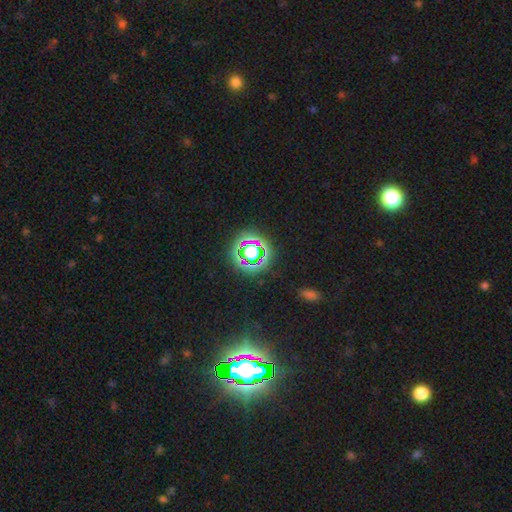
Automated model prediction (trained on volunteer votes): A star or artifact, not a galaxy (64%).

Vote fractions:
- Smooth or featured? star or artifact: 64% / smooth: 24% / featured or disk: 11%